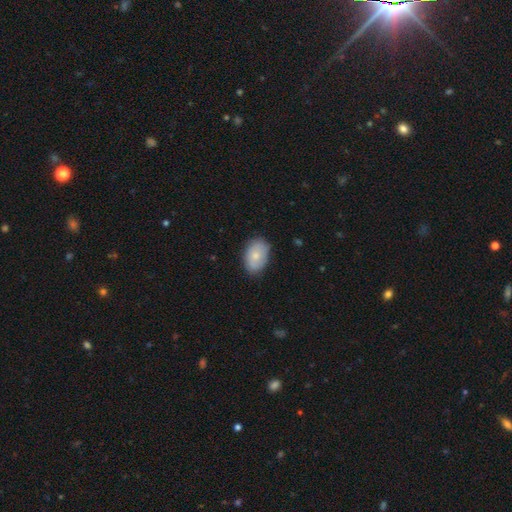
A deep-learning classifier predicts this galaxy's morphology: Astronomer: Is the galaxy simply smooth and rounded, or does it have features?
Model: smooth — 74%.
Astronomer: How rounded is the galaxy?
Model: in between — 82%.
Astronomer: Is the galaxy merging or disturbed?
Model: none — 79%.